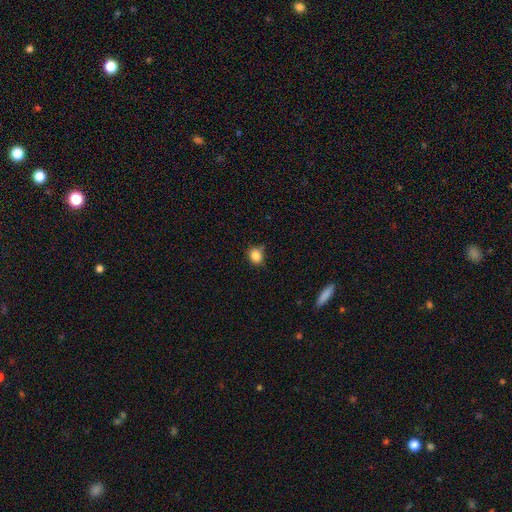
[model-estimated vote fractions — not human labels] smooth 85%, star or artifact 11%, featured or disk 5%. Down the decision tree: how rounded — round (64%); merging — none (70%).